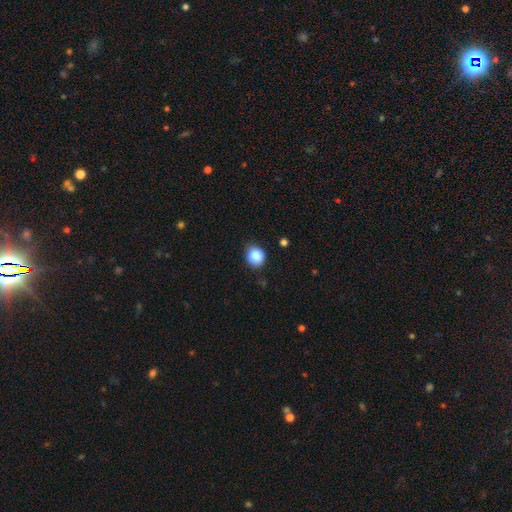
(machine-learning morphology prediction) A smooth galaxy with no disk features (86%) that is round (76%).

Vote fractions:
- Smooth or featured? smooth: 86% / star or artifact: 9% / featured or disk: 5%
- How rounded? round: 76% / in between: 23% / cigar-shaped: 1%
- Merging? none: 81% / minor disturbance: 15% / major disturbance: 3% / merger: 1%